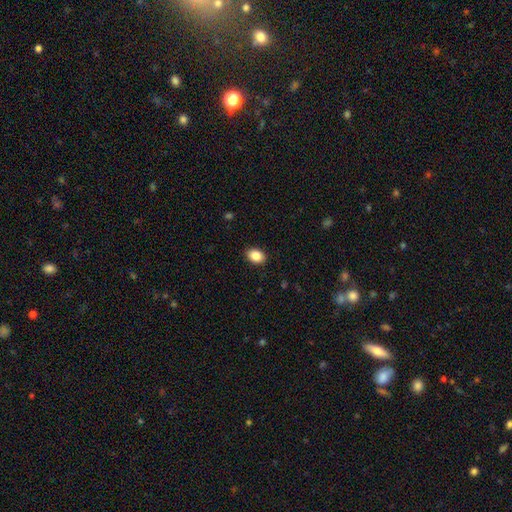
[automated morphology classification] A smooth galaxy with no disk features (87%) that is in between round and cigar-shaped (73%).

Vote fractions:
- Smooth or featured? smooth: 87% / star or artifact: 8% / featured or disk: 5%
- How rounded? in between: 73% / round: 26% / cigar-shaped: 1%
- Merging? none: 90% / minor disturbance: 7% / major disturbance: 2% / merger: 1%